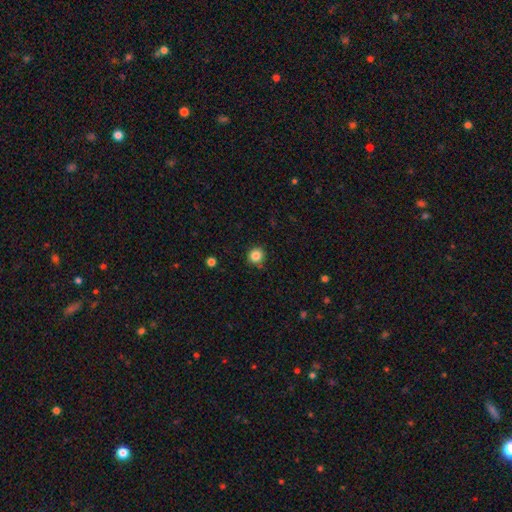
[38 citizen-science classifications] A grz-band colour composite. It shows a smooth galaxy with no disk features (89%) that is round (97%). Merging: none (94%).